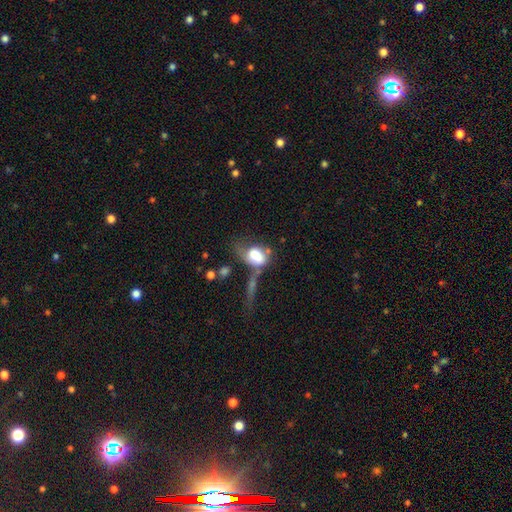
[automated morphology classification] Overall: smooth (65%; featured or disk 26%). How rounded: in between (80%). Merging: major disturbance (38%; merger 26%).